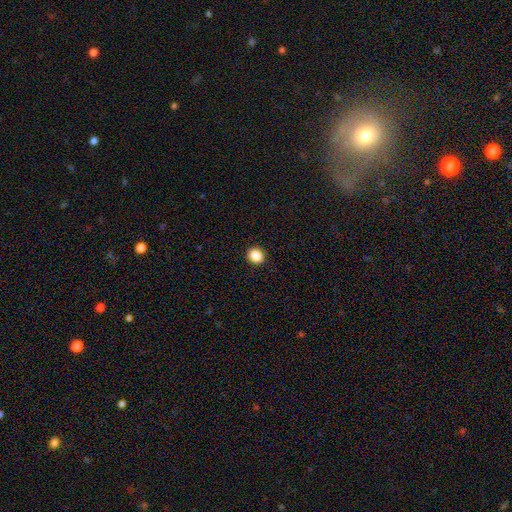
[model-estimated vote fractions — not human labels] smooth_or_featured: smooth (p=0.87) [alt: star or artifact p=0.10]
how_rounded: round (p=0.86) [alt: in between p=0.13]
merging: none (p=0.93) [alt: minor disturbance p=0.05]